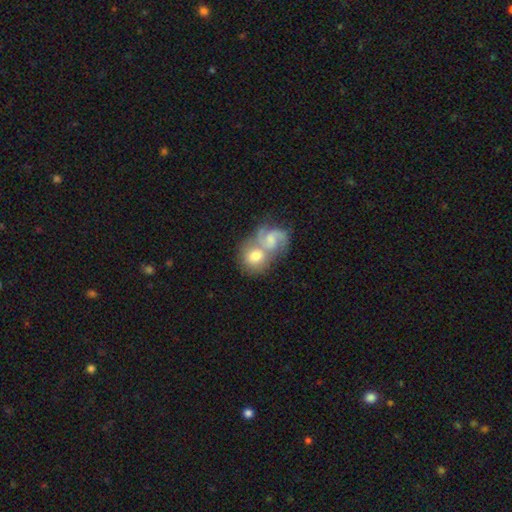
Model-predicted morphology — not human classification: This is possibly a featured or disk galaxy (49%). Merging: likely merger (64%).